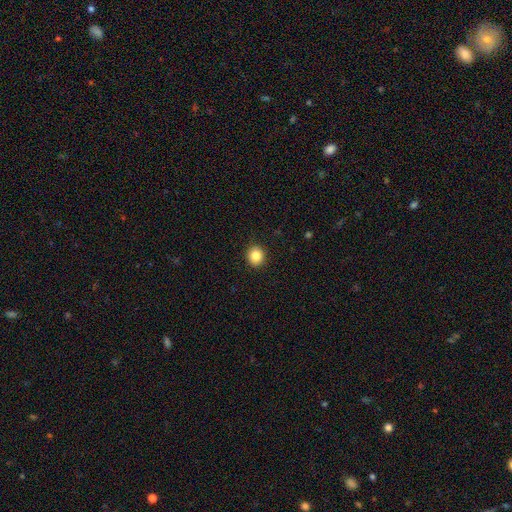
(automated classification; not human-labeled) A smooth galaxy with no disk features (86%) that is round (86%).

Vote fractions:
- Smooth or featured? smooth: 86% / star or artifact: 10% / featured or disk: 5%
- How rounded? round: 86% / in between: 13% / cigar-shaped: 1%
- Merging? none: 92% / minor disturbance: 6% / major disturbance: 2% / merger: 1%